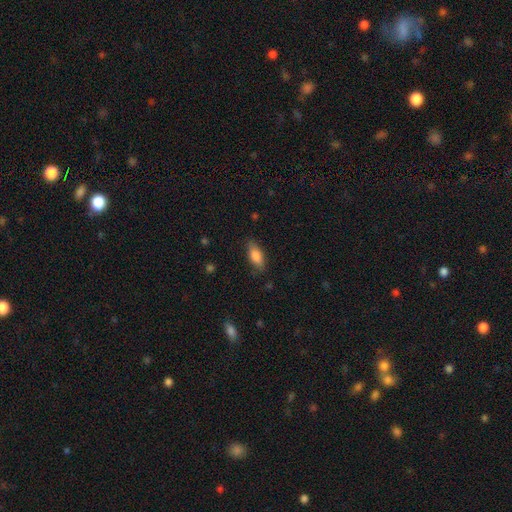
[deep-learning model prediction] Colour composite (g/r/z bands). It shows a smooth galaxy with no disk features (82%) that is in between round and cigar-shaped (82%). Merging: none (80%).